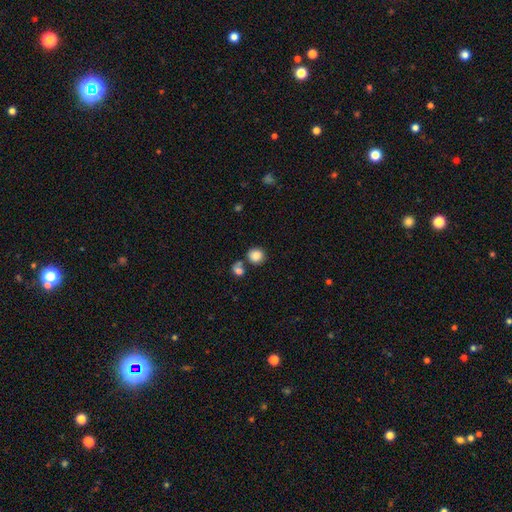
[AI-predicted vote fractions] smooth 86%, star or artifact 9%, featured or disk 5%. Down the decision tree: how rounded — round (87%); merging — none (67%).